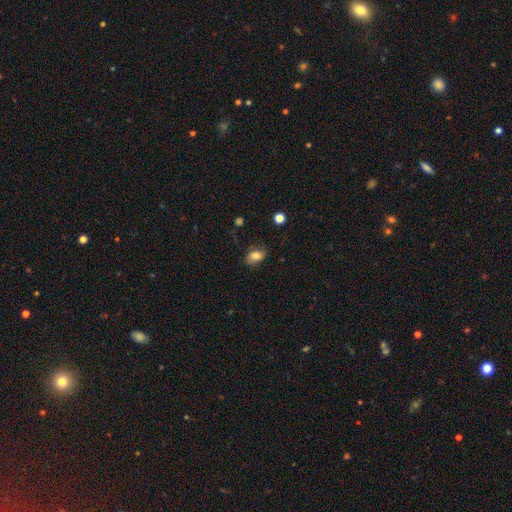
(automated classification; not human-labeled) smooth_or_featured: smooth (p=0.77) [alt: featured or disk p=0.14]
how_rounded: in between (p=0.79) [alt: round p=0.20]
merging: none (p=0.71) [alt: minor disturbance p=0.21]